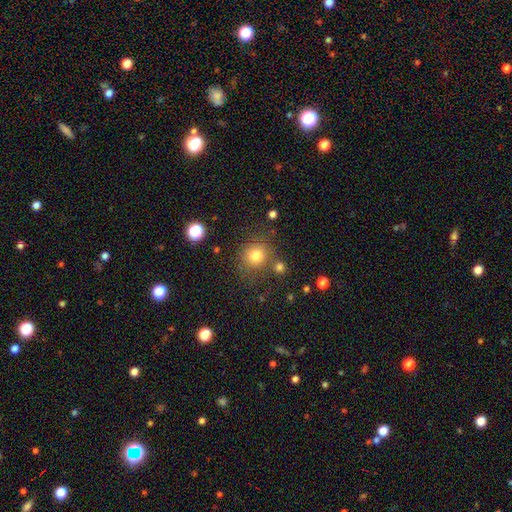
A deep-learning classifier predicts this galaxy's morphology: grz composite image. It shows a smooth galaxy with no disk features (79%) that is round (88%). Merging: none (75%).